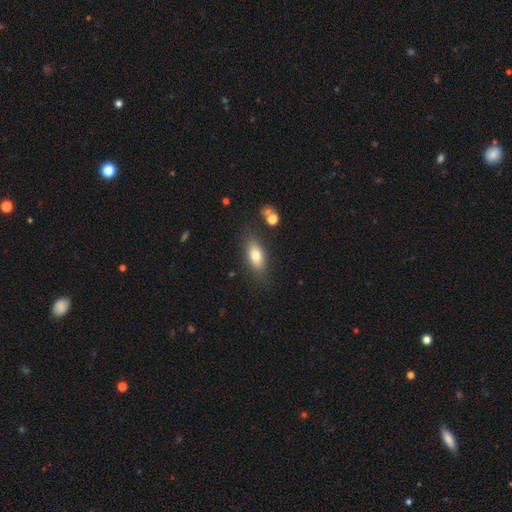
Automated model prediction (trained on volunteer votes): A smooth galaxy with no disk features (77%) that is in between round and cigar-shaped (84%).

Vote fractions:
- Smooth or featured? smooth: 77% / featured or disk: 15% / star or artifact: 8%
- How rounded? in between: 84% / cigar-shaped: 10% / round: 6%
- Merging? none: 80% / minor disturbance: 13% / major disturbance: 4% / merger: 3%